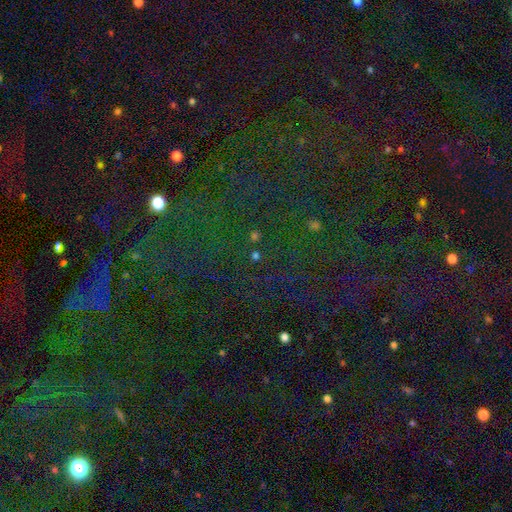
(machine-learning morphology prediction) Smooth or featured?
  - star or artifact: 55% *
  - smooth: 38%
  - featured or disk: 7%